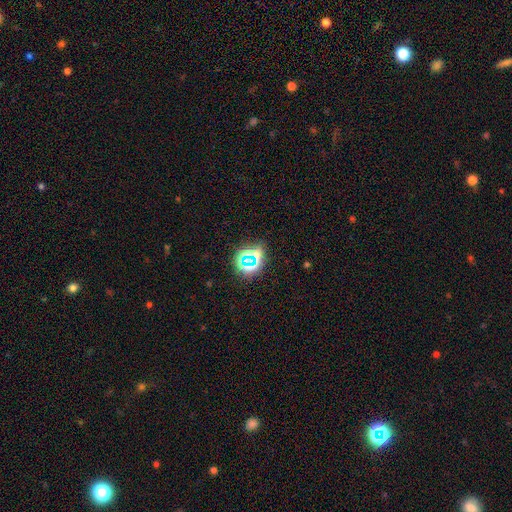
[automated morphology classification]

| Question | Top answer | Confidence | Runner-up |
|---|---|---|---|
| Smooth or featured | star or artifact | 64% | smooth (25%) |